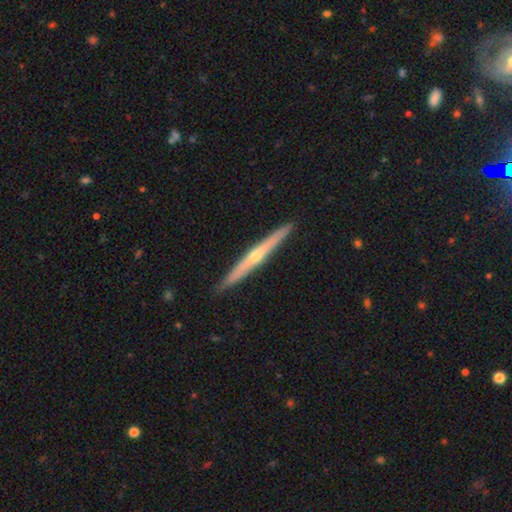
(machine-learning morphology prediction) Overall: featured or disk (70%). Edge-on disk: yes (98%). Edge-on bulge: rounded (73%). Merging: none (92%).